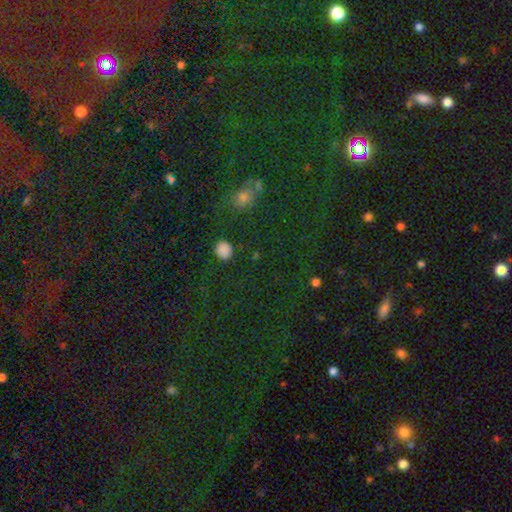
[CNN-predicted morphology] Smooth or featured? smooth (54%)
How rounded? round (66%)
Merging? none (78%)